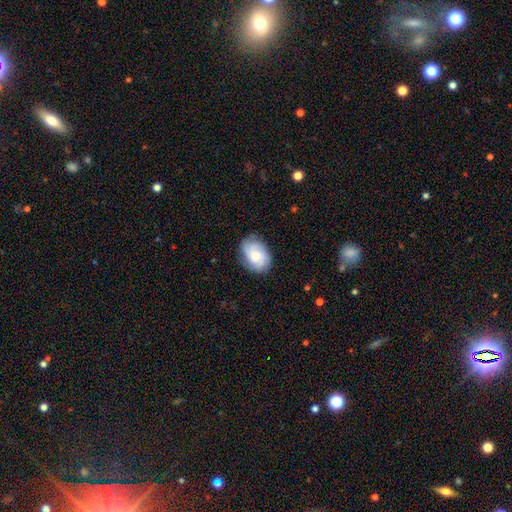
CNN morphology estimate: A smooth galaxy with no disk features (53%) that is in between round and cigar-shaped (80%).

Vote fractions:
- Smooth or featured? smooth: 53% / featured or disk: 40% / star or artifact: 7%
- How rounded? in between: 80% / round: 19% / cigar-shaped: 1%
- Merging? none: 76% / minor disturbance: 18% / major disturbance: 5% / merger: 1%